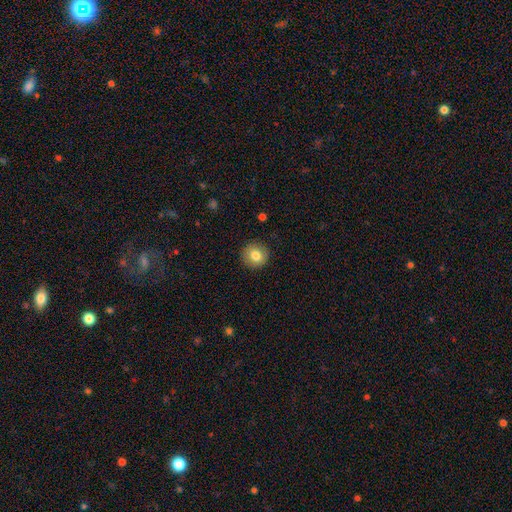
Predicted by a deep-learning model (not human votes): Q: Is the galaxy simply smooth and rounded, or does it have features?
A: smooth — 81%.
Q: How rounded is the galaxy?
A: round — 92%.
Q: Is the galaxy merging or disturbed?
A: none — 91%.